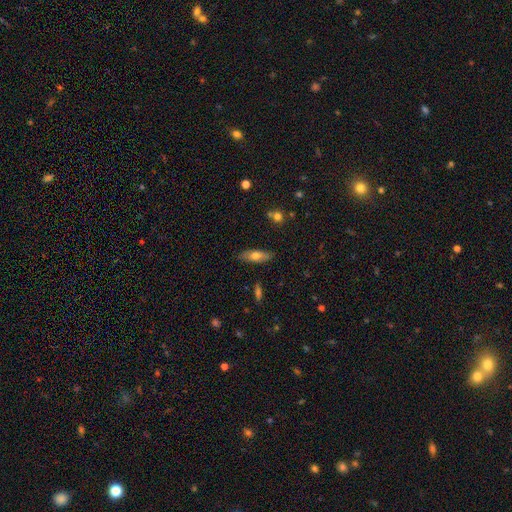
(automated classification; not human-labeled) Smooth or featured?
  - smooth: 65% *
  - featured or disk: 28%
  - star or artifact: 7%
How rounded?
  - in between: 60% *
  - cigar-shaped: 37%
  - round: 3%
Merging?
  - none: 82% *
  - minor disturbance: 13%
  - major disturbance: 2%
  - merger: 2%